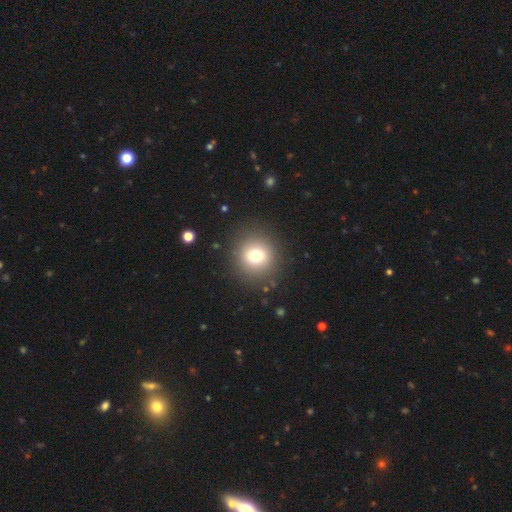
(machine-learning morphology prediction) Overall: smooth (75%). How rounded: round (92%). Merging: none (89%).